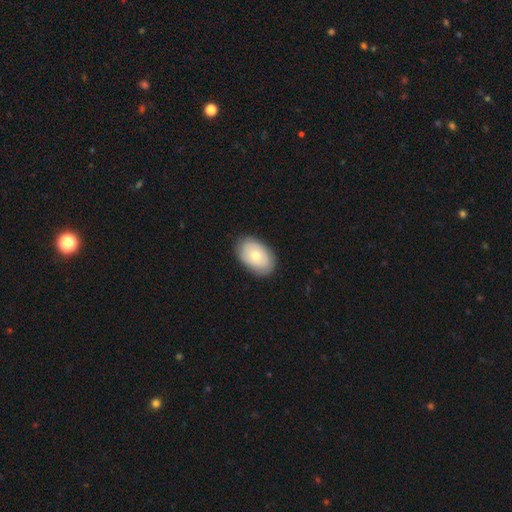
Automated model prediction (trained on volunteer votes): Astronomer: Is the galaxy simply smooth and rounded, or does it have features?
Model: smooth — 67%.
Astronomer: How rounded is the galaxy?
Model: in between — 88%.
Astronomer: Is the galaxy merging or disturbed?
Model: none — 84%.